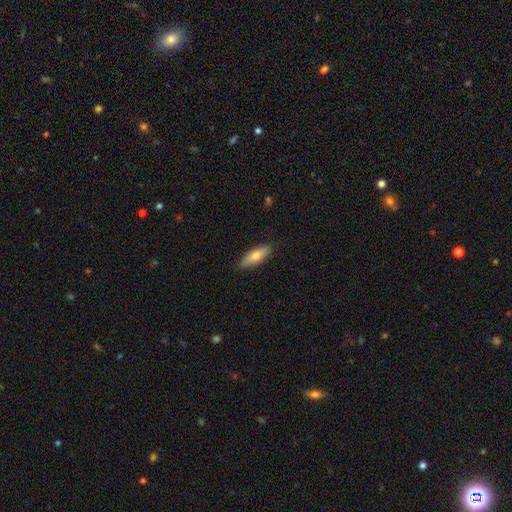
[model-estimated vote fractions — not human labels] Smooth or featured?
  - smooth: 74% *
  - featured or disk: 20%
  - star or artifact: 6%
How rounded?
  - in between: 51% *
  - cigar-shaped: 47%
  - round: 2%
Merging?
  - none: 87% *
  - minor disturbance: 10%
  - major disturbance: 2%
  - merger: 1%